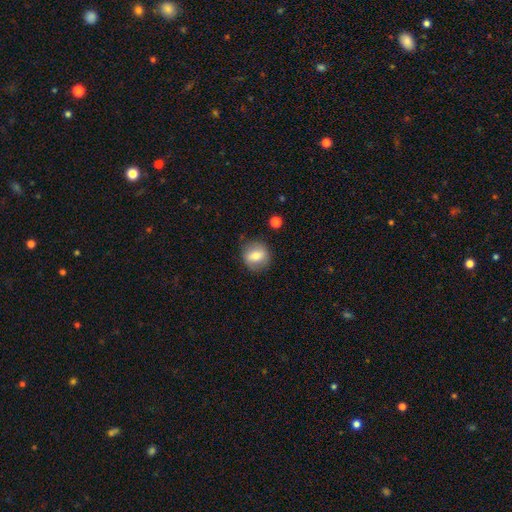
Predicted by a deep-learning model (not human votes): A smooth galaxy with no disk features (73%) that is round (76%).

Vote fractions:
- Smooth or featured? smooth: 73% / featured or disk: 19% / star or artifact: 8%
- How rounded? round: 76% / in between: 22% / cigar-shaped: 1%
- Merging? none: 83% / minor disturbance: 12% / major disturbance: 4% / merger: 2%